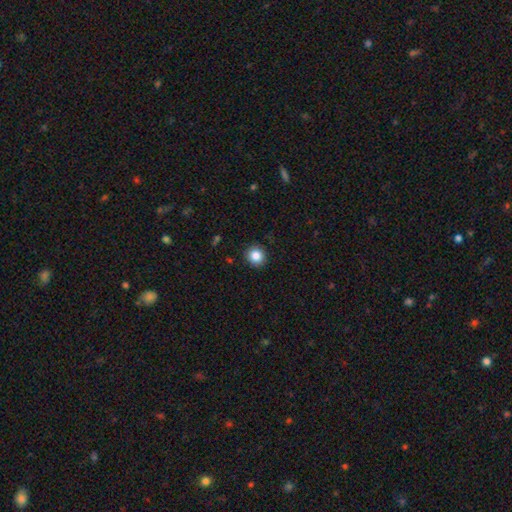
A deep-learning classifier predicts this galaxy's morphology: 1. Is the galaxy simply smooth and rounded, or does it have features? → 86% smooth, 10% star or artifact, 4% featured or disk.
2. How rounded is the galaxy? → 92% round, 7% in between, 1% cigar-shaped.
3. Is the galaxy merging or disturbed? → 91% none, 6% minor disturbance, 2% major disturbance, 1% merger.